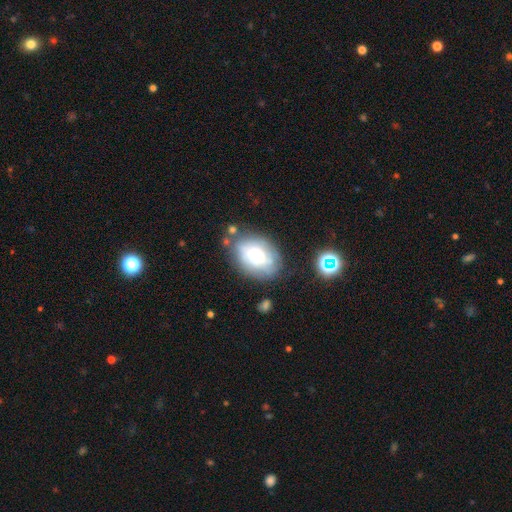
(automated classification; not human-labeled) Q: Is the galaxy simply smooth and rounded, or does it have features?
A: smooth — 64%.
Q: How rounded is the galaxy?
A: in between — 81%.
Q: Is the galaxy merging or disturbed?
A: none — 58%.